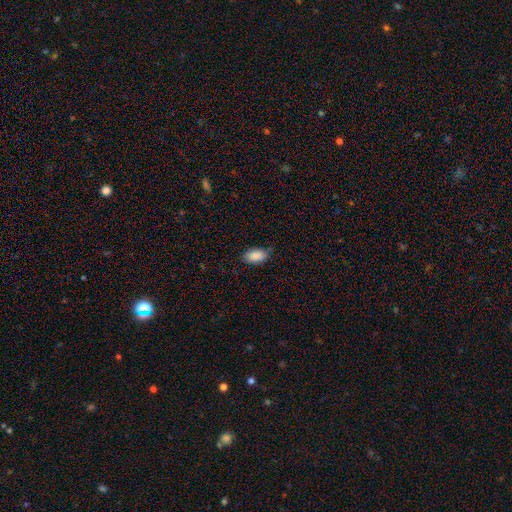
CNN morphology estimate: smooth 88%, star or artifact 6%, featured or disk 5%. Down the decision tree: how rounded — in between (94%); merging — none (72%).